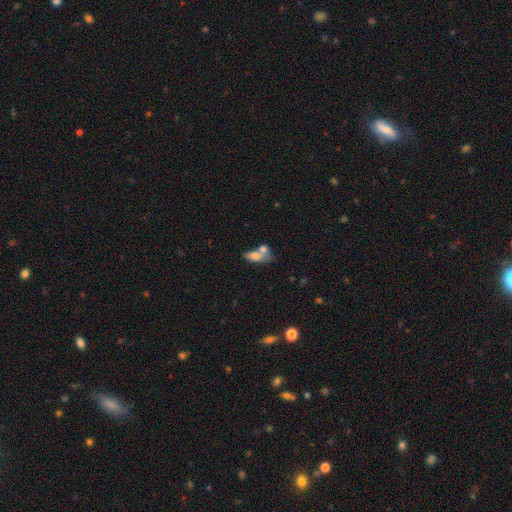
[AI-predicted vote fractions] Smooth or featured?
  - smooth: 67% *
  - featured or disk: 25%
  - star or artifact: 9%
How rounded?
  - in between: 78% *
  - round: 13%
  - cigar-shaped: 9%
Merging?
  - merger: 55% *
  - none: 26%
  - minor disturbance: 11%
  - major disturbance: 7%